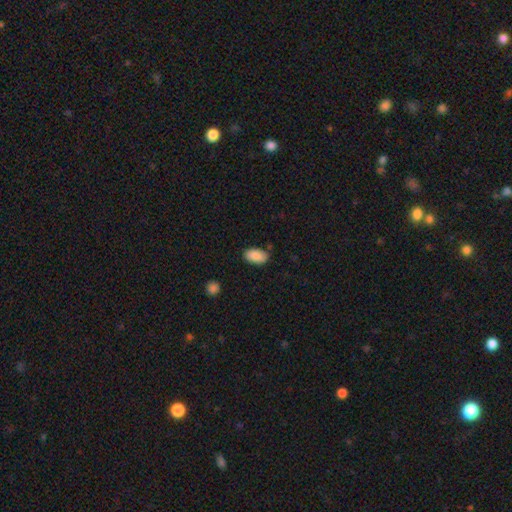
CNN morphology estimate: A smooth galaxy with no disk features (89%) that is in between round and cigar-shaped (94%).

Vote fractions:
- Smooth or featured? smooth: 89% / star or artifact: 7% / featured or disk: 4%
- How rounded? in between: 94% / round: 4% / cigar-shaped: 2%
- Merging? none: 82% / minor disturbance: 13% / major disturbance: 3% / merger: 2%